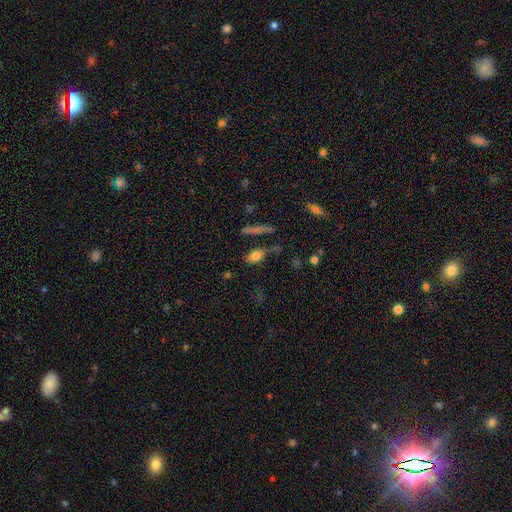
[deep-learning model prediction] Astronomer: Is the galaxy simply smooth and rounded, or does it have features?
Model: smooth — 77%.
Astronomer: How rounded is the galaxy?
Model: in between — 82%.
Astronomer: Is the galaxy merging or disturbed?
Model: none — 58%.